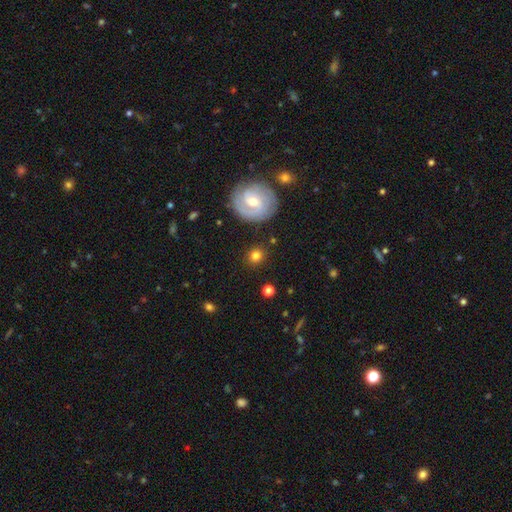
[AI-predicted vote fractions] Smooth or featured? smooth (73%)
How rounded? round (85%)
Merging? none (87%)